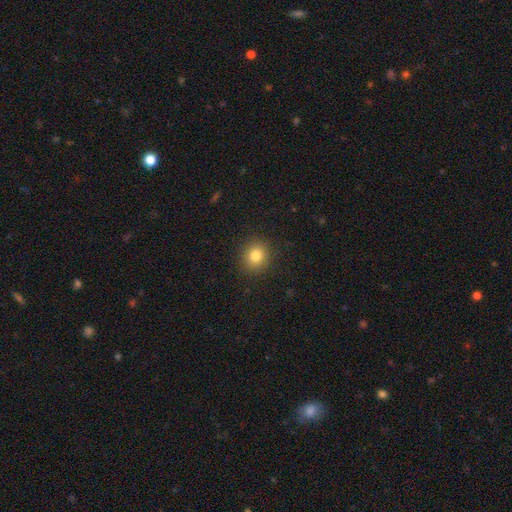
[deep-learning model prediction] Smooth or featured? Predicted: smooth (p=0.81). How rounded? Predicted: round (p=0.84). Merging? Predicted: none (p=0.90).